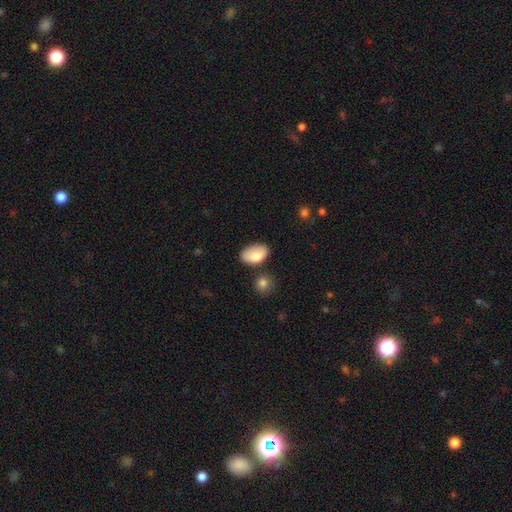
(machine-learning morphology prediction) Smooth or featured? Predicted: smooth (p=0.79). How rounded? Predicted: in between (p=0.93). Merging? Predicted: none (p=0.70).